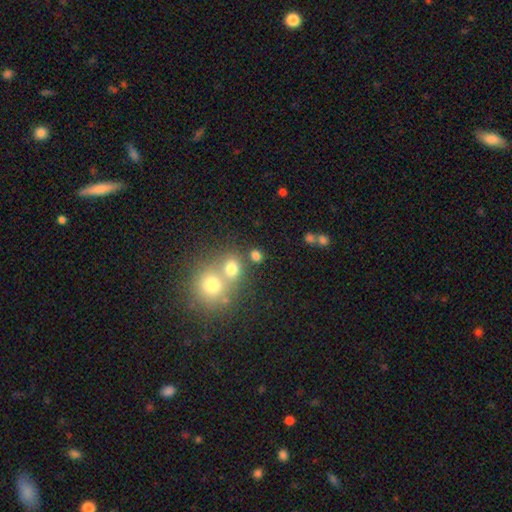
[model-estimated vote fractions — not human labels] A smooth galaxy with no disk features (74%) that is round (64%). Merging: none (58%).